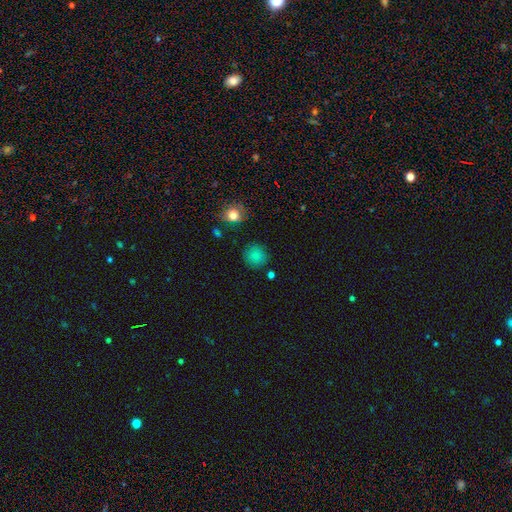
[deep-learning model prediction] The model was most divided on "smooth or featured": smooth: 82%, star or artifact: 12%, featured or disk: 6%. More confident: how rounded — round (91%); merging — none (86%).